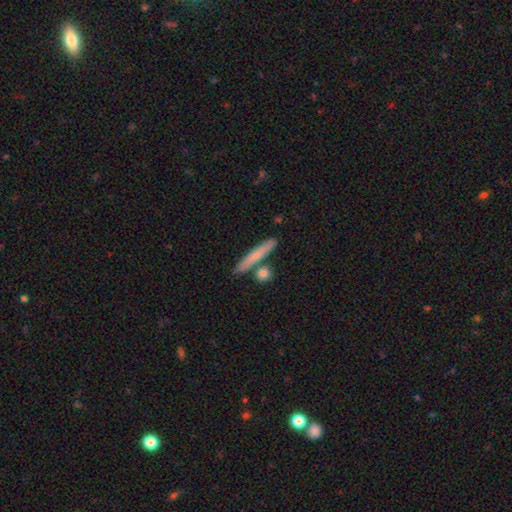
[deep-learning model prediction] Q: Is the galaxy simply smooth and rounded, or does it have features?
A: smooth — 66%.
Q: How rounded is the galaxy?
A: cigar-shaped — 90%.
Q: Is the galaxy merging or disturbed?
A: none — 77%.